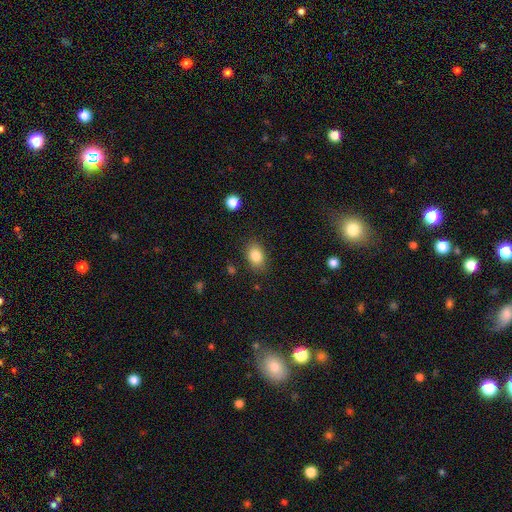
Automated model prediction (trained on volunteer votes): A smooth galaxy with no disk features (85%) that is in between round and cigar-shaped (81%). Merging: none (84%).